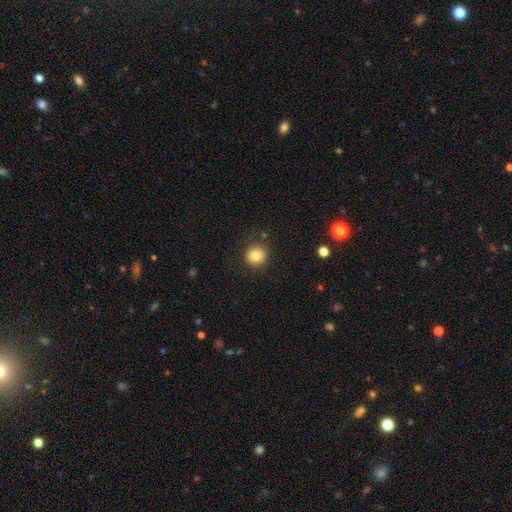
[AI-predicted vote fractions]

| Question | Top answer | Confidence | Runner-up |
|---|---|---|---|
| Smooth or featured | smooth | 82% | star or artifact (11%) |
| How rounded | round | 89% | in between (10%) |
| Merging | none | 85% | minor disturbance (10%) |